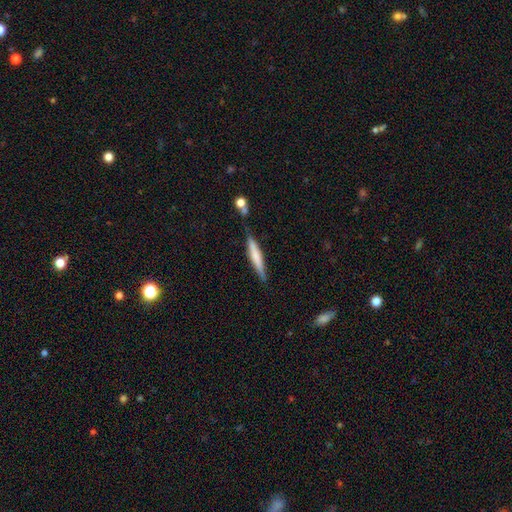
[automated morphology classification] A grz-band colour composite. It shows a smooth galaxy with no disk features (61%) that is cigar-shaped (92%). Merging: none (75%).